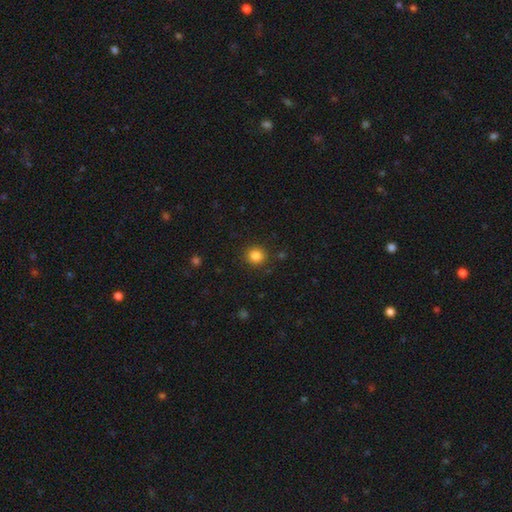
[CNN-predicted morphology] type=smooth (84%); roundness=round (90%); merging=none (89%).